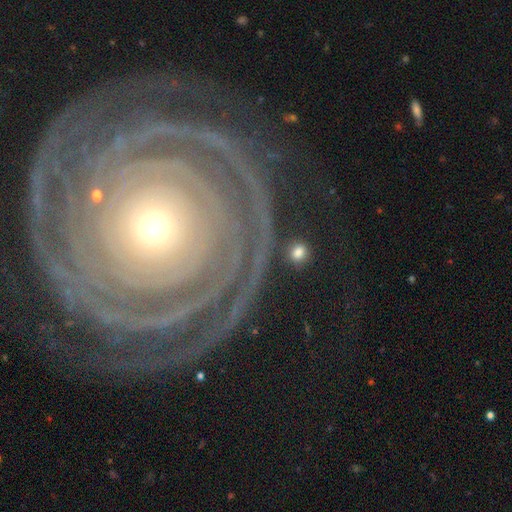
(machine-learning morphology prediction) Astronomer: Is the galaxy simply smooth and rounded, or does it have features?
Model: featured or disk — 86%.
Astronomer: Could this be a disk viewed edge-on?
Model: no — 96%.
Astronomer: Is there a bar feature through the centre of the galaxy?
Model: no — 84%.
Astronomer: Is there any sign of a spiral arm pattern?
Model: yes — 96%.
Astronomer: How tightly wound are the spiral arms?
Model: tight — 89%.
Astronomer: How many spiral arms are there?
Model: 2 — 25% (runner-up: can't tell, 20%).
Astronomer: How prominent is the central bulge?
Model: small — 69%.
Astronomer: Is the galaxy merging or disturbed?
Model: none — 80%.